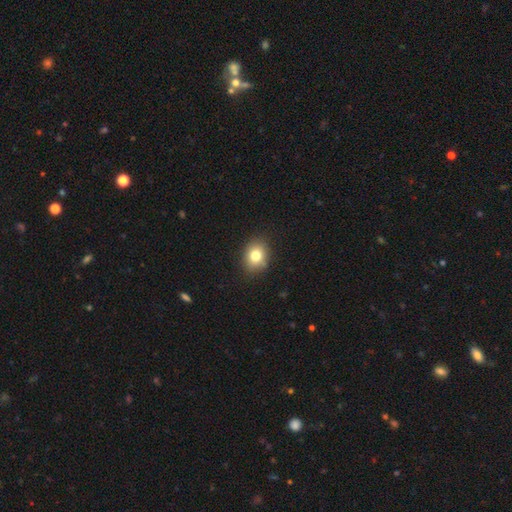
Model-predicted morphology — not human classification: type=smooth (79%); roundness=in between (53%); merging=none (85%).